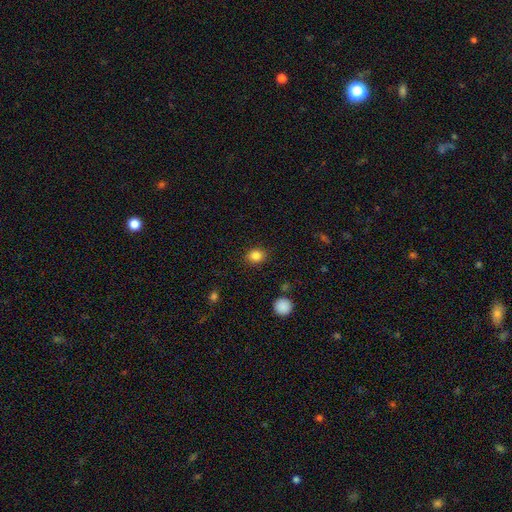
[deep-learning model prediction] This appears to be a smooth galaxy with no disk features (85%) that is round (60%). Merging: none (87%).